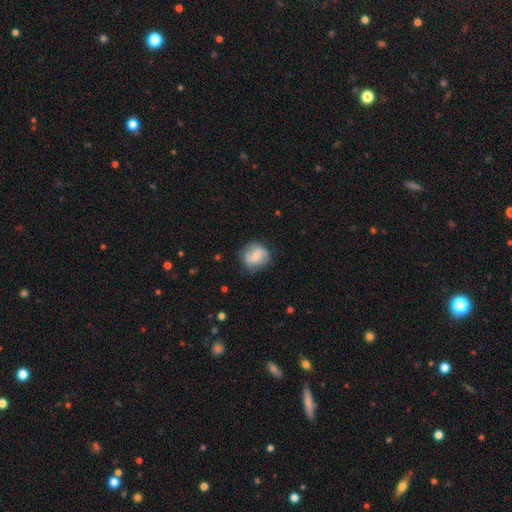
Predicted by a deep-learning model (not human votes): Smooth or featured? featured or disk (51%)
Edge-on disk? no (97%)
Merging? none (78%)